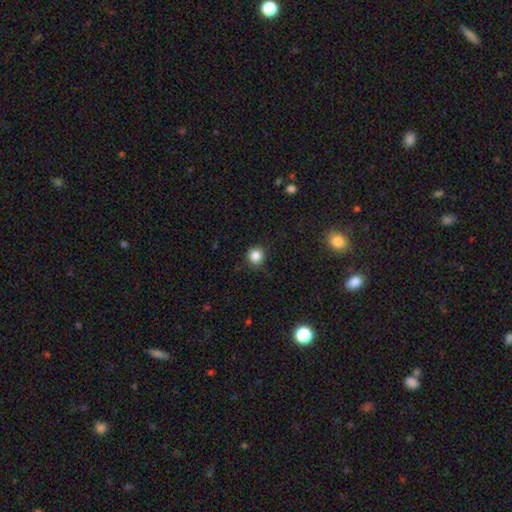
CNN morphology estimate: Smooth or featured? Predicted: smooth (p=0.84). How rounded? Predicted: round (p=0.92). Merging? Predicted: none (p=0.86).